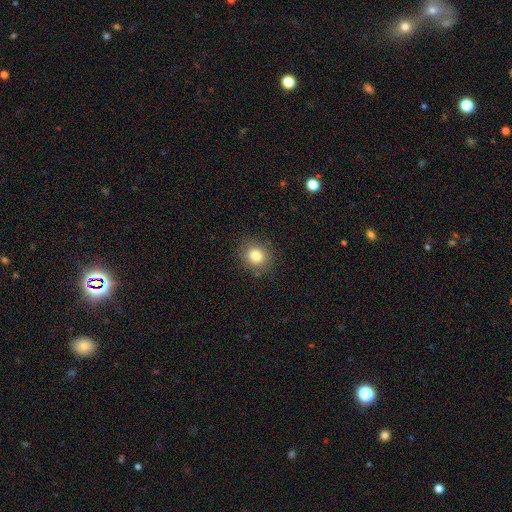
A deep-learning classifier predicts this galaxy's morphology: smooth-or-featured: smooth: 81% | star or artifact: 12% | featured or disk: 8%
  how-rounded: round: 80% | in between: 19% | cigar-shaped: 1%
  merging: none: 87% | minor disturbance: 9% | major disturbance: 3% | merger: 1%